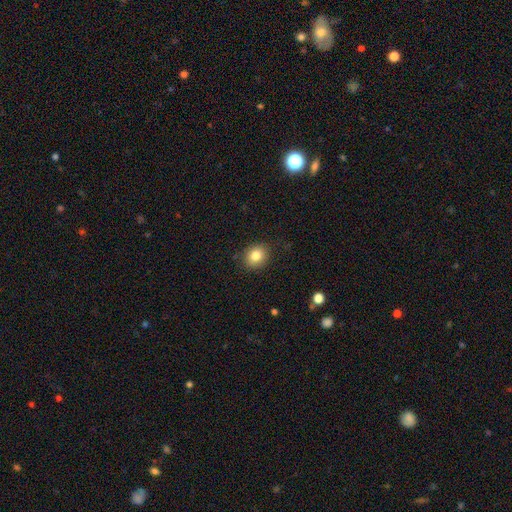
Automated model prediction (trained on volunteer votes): Smooth or featured? smooth (83%)
How rounded? round (61%)
Merging? none (87%)